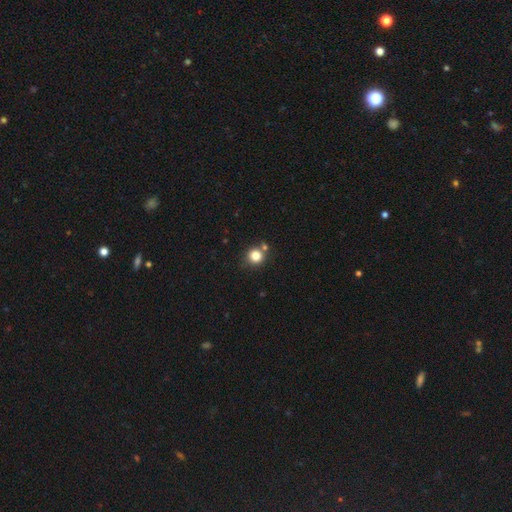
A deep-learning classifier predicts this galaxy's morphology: smooth_or_featured: smooth (p=0.82) [alt: star or artifact p=0.13]
how_rounded: round (p=0.93) [alt: in between p=0.06]
merging: none (p=0.75) [alt: merger p=0.13]